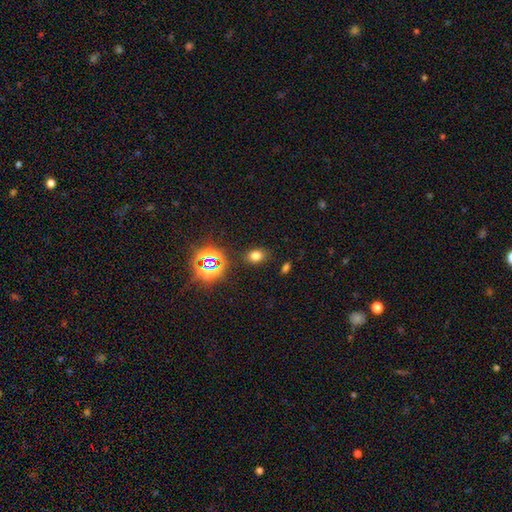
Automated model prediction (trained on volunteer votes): Overall: smooth (68%). How rounded: in between (66%; round 32%). Merging: none (85%).